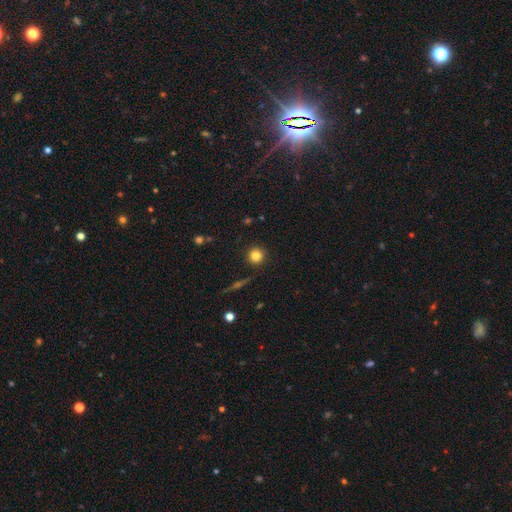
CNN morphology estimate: smooth_or_featured: smooth (p=0.82) [alt: star or artifact p=0.11]
how_rounded: round (p=0.94) [alt: in between p=0.05]
merging: none (p=0.90) [alt: minor disturbance p=0.06]